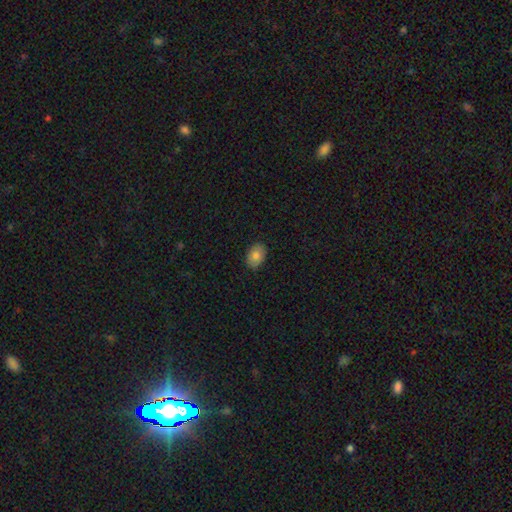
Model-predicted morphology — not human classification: The model was most divided on "how rounded": in between: 80%, round: 19%, cigar-shaped: 1%. More confident: merging — none (86%); smooth or featured — smooth (80%).